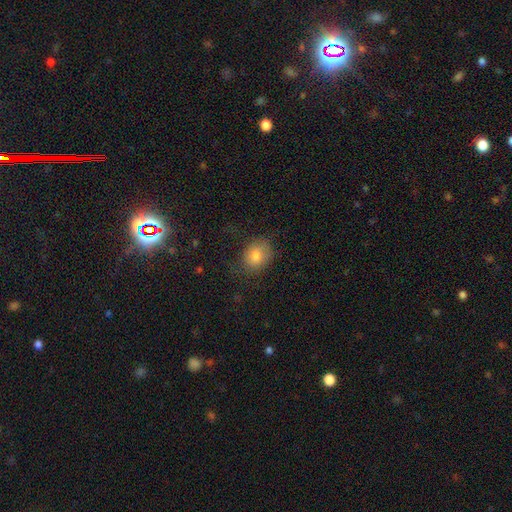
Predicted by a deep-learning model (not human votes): smooth_or_featured: smooth (p=0.80) [alt: star or artifact p=0.11]
how_rounded: in between (p=0.50) [alt: round p=0.49]
merging: none (p=0.70) [alt: minor disturbance p=0.21]